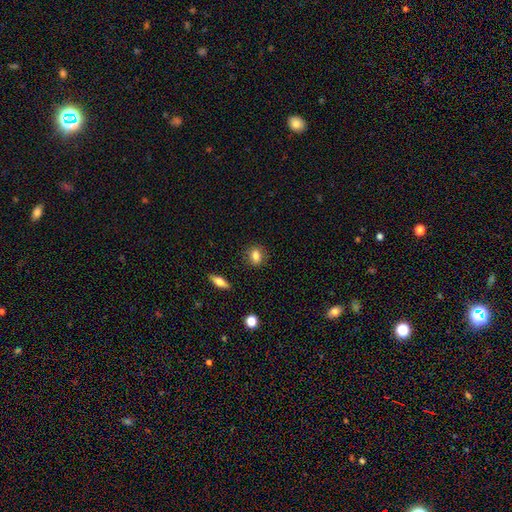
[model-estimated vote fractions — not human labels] smooth 82%, featured or disk 9%, star or artifact 9%. Down the decision tree: how rounded — in between (56%); merging — none (84%).